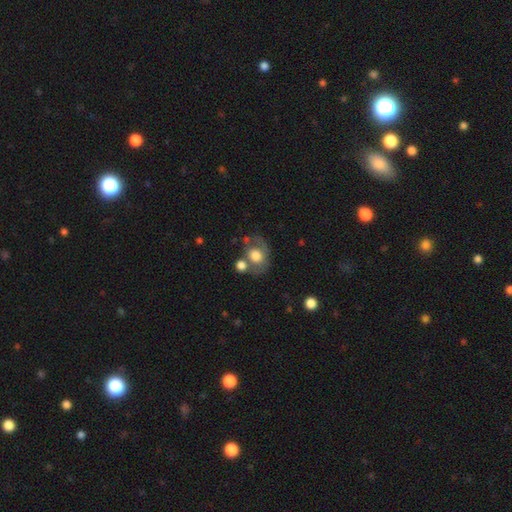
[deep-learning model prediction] This is possibly a smooth galaxy (59%). How rounded: possibly round (53%). Merging: marginally none (44%).